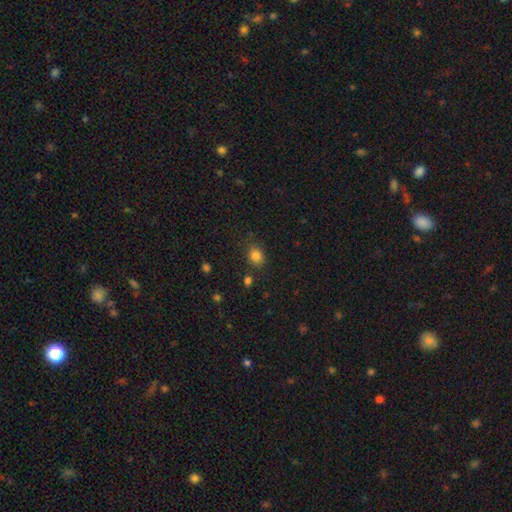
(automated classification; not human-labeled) Morphology: type=smooth (83%); roundness=round (55%); merging=none (79%).